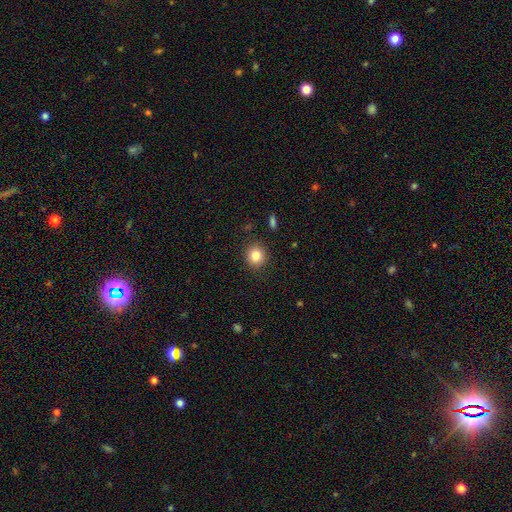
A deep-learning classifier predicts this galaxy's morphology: The model was most divided on "smooth or featured": smooth: 83%, star or artifact: 10%, featured or disk: 6%. More confident: merging — none (89%); how rounded — round (86%).